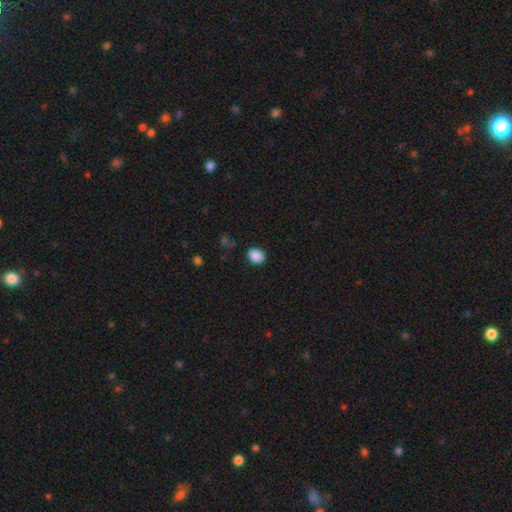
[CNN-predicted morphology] The model was most divided on "how rounded": in between: 53%, round: 46%, cigar-shaped: 1%. More confident: smooth or featured — smooth (88%); merging — none (84%).